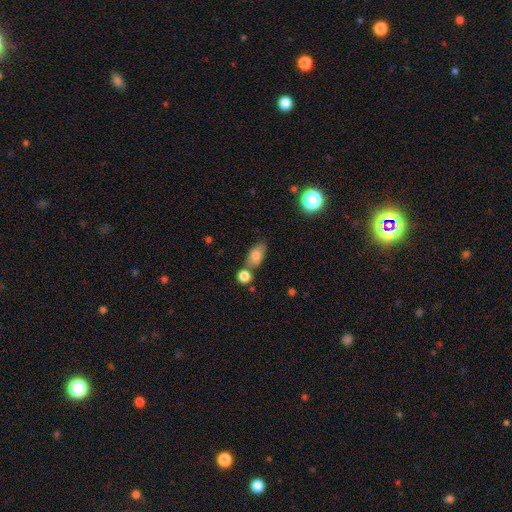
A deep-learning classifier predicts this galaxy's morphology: smooth-or-featured: smooth: 78% | featured or disk: 12% | star or artifact: 9%
  how-rounded: in between: 84% | round: 11% | cigar-shaped: 5%
  merging: none: 55% | merger: 24% | minor disturbance: 16% | major disturbance: 5%